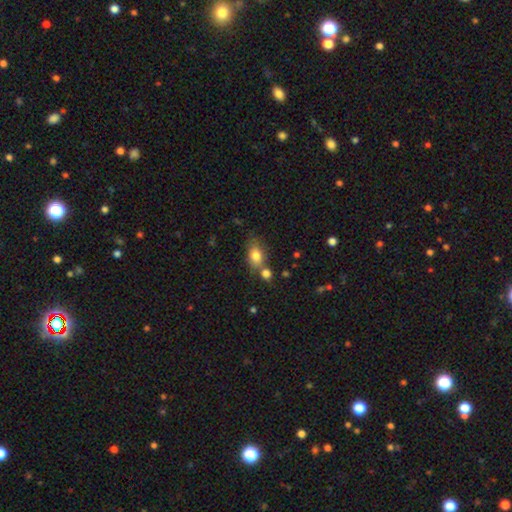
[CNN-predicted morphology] The model was most divided on "merging": none: 52%, merger: 28%, minor disturbance: 15%, major disturbance: 5%. More confident: how rounded — in between (81%); smooth or featured — smooth (79%).